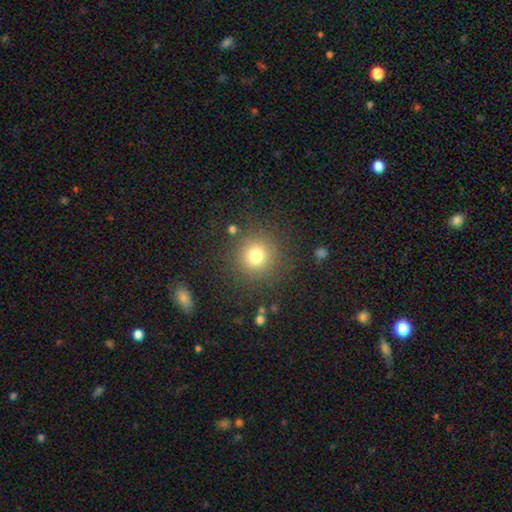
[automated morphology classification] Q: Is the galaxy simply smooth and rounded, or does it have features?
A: smooth — 76%.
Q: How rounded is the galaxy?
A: round — 94%.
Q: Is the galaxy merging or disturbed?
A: none — 86%.